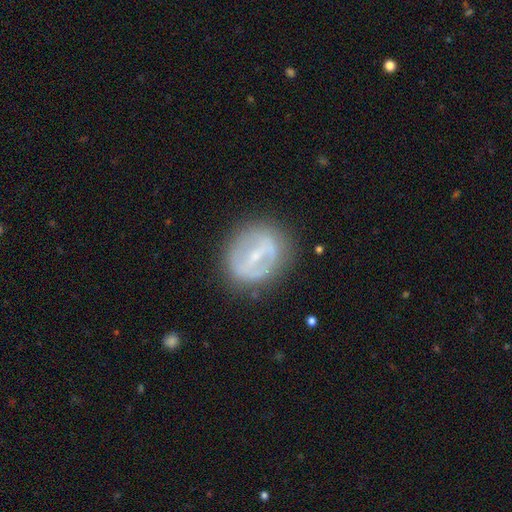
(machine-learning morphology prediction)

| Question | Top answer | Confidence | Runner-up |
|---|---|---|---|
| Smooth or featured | featured or disk | 68% | smooth (24%) |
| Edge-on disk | no | 91% | yes (9%) |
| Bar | strong | 62% | weak (27%) |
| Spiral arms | no | 72% | yes (28%) |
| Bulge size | small | 65% | moderate (27%) |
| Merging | none | 79% | minor disturbance (14%) |